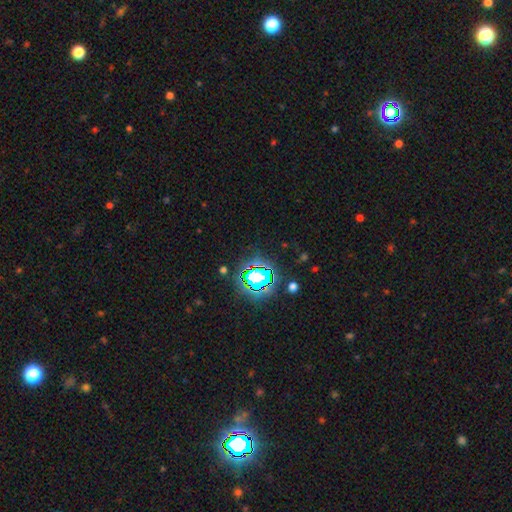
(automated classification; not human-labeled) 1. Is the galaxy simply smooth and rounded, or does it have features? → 79% star or artifact, 13% smooth, 8% featured or disk.